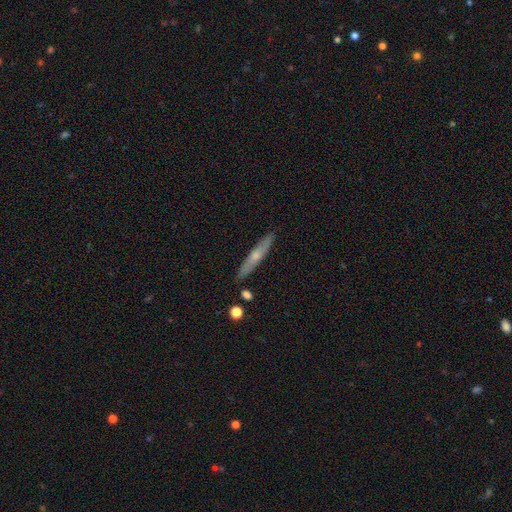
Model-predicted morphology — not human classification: smooth-or-featured: featured or disk: 51% | smooth: 43% | star or artifact: 6%
  disk-edge-on: yes: 89% | no: 11%
  merging: none: 88% | minor disturbance: 8% | merger: 2% | major disturbance: 2%